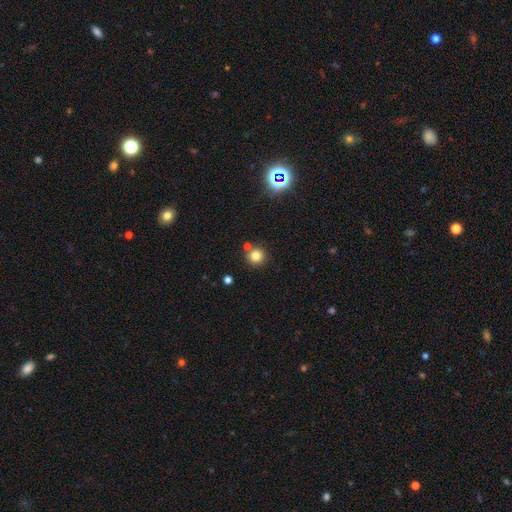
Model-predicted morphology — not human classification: smooth-or-featured: smooth: 79% | star or artifact: 15% | featured or disk: 6%
  how-rounded: round: 94% | in between: 5% | cigar-shaped: 1%
  merging: none: 78% | merger: 13% | minor disturbance: 7% | major disturbance: 2%